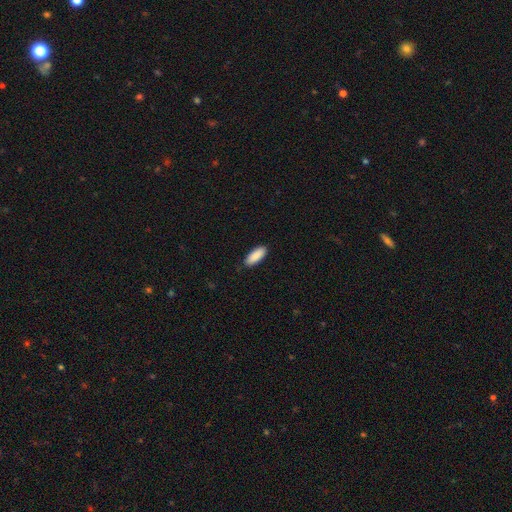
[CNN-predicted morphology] The model was most divided on "how rounded": in between: 78%, cigar-shaped: 20%, round: 2%. More confident: smooth or featured — smooth (90%); merging — none (87%).